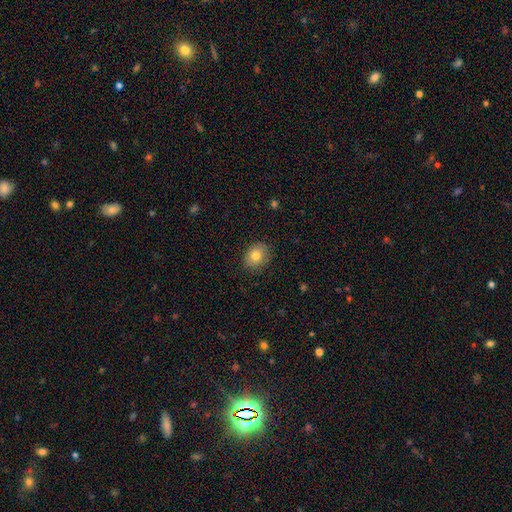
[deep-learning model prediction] smooth_or_featured: smooth (p=0.80) [alt: featured or disk p=0.11]
how_rounded: round (p=0.51) [alt: in between p=0.48]
merging: none (p=0.85) [alt: minor disturbance p=0.11]